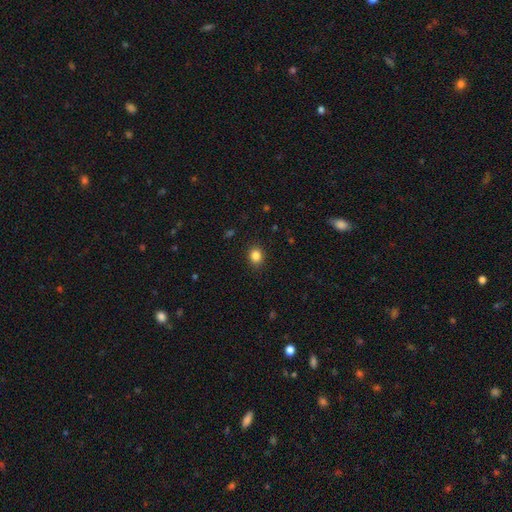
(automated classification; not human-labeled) This appears to be a smooth galaxy with no disk features (84%) that is round (67%). Merging: none (90%).